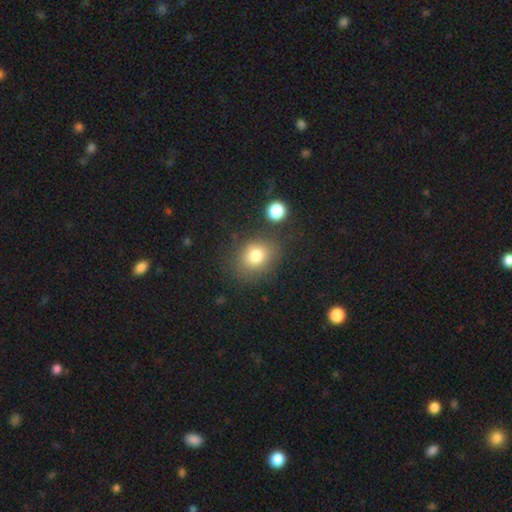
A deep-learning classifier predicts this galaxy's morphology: type=smooth (79%); roundness=round (57%); merging=none (74%).